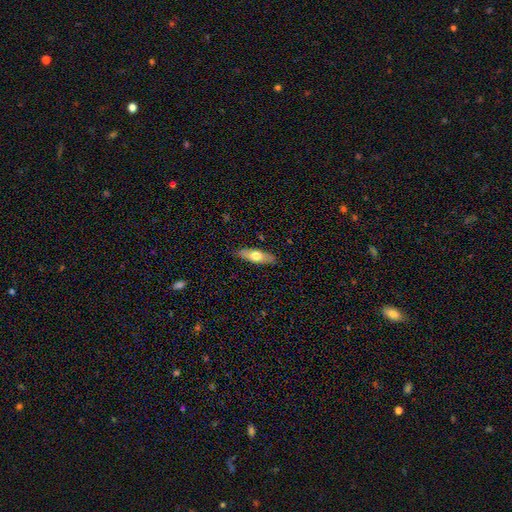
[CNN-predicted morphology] The model was most divided on "how rounded": in between: 53%, cigar-shaped: 45%, round: 3%. More confident: merging — none (88%); smooth or featured — smooth (62%).